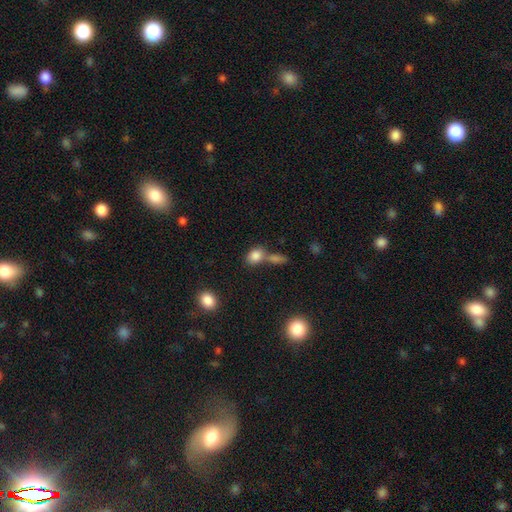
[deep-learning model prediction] A smooth galaxy with no disk features (83%) that is in between round and cigar-shaped (66%). Merging: merger (45%).